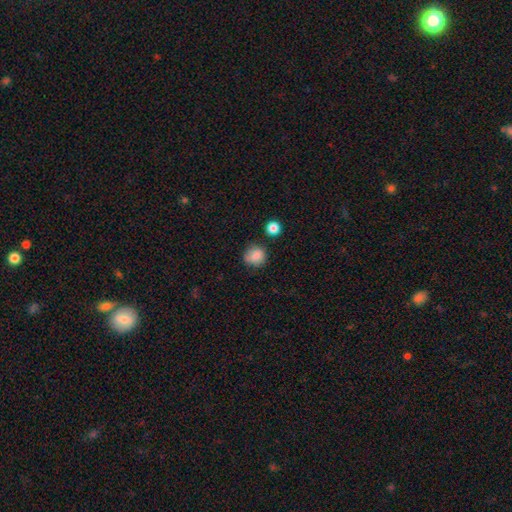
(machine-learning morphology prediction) This appears to be a smooth galaxy with no disk features (84%) that is round (86%). Merging: none (72%).